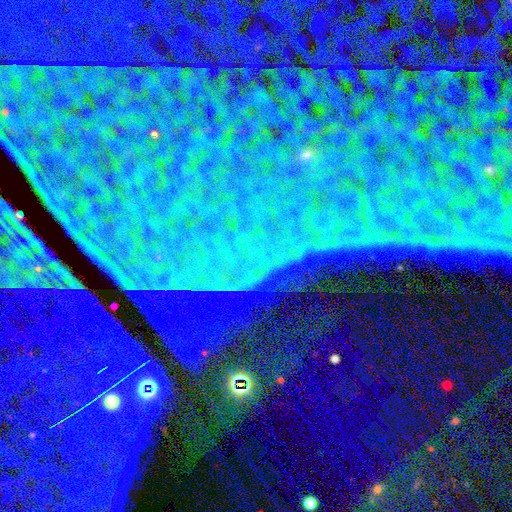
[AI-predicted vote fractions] smooth_or_featured: star or artifact (p=0.86) [alt: featured or disk p=0.07]